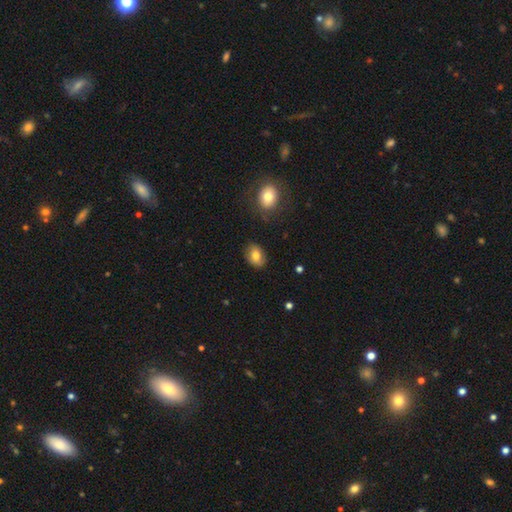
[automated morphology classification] This appears to be a smooth galaxy with no disk features (76%) that is in between round and cigar-shaped (73%). Merging: none (82%).